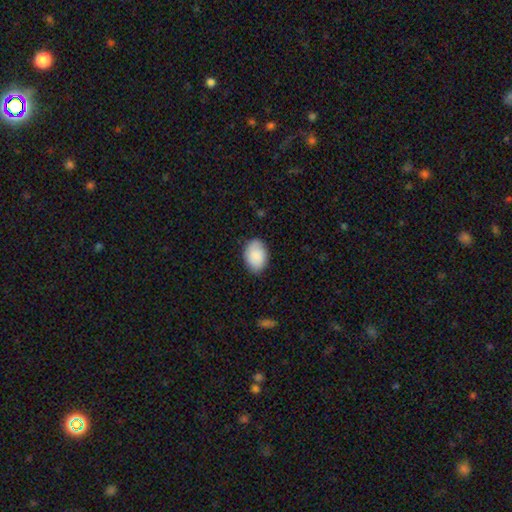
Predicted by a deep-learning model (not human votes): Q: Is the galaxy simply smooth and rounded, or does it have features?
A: smooth — 87%.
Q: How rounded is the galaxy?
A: in between — 83%.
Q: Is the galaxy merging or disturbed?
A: none — 81%.